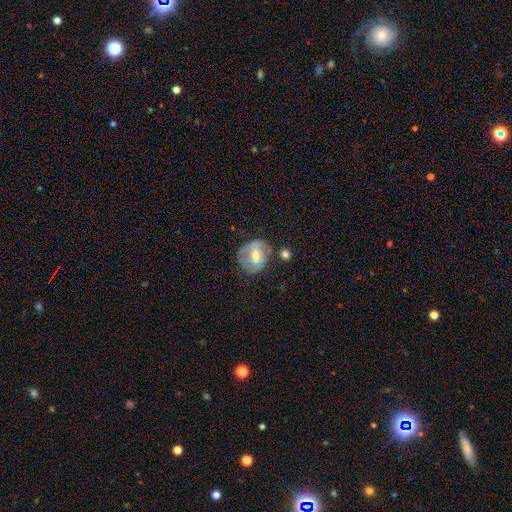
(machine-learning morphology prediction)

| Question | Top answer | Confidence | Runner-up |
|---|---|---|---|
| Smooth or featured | featured or disk | 62% | smooth (31%) |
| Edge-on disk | no | 96% | yes (4%) |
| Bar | weak | 46% | no (32%) |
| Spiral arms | yes | 59% | no (41%) |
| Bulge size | moderate | 64% | small (28%) |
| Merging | none | 53% | minor disturbance (24%) |